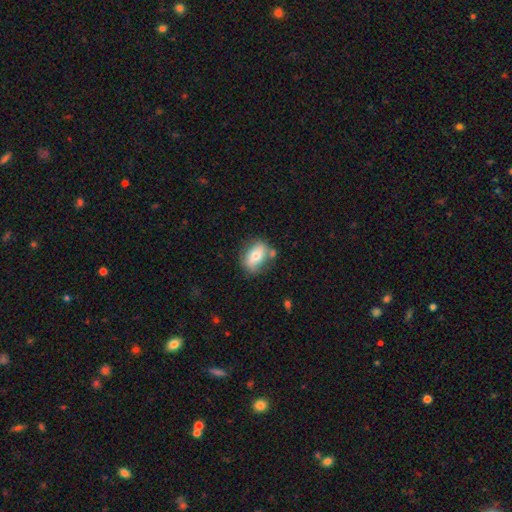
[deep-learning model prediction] Smooth or featured? smooth (69%)
How rounded? in between (83%)
Merging? none (66%)